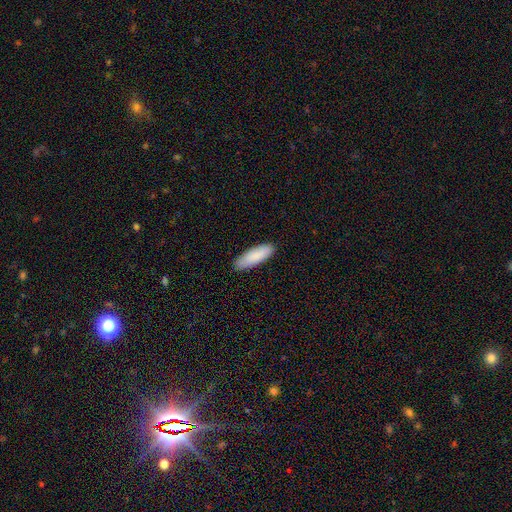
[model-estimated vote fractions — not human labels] Smooth or featured? smooth (88%)
How rounded? cigar-shaped (50%)
Merging? none (87%)